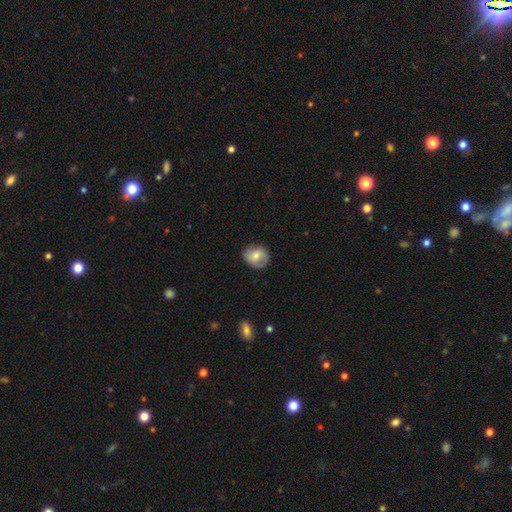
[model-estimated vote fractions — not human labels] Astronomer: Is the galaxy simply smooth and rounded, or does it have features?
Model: smooth — 65%.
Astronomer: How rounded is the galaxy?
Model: round — 68%.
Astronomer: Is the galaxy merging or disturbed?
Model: none — 73%.